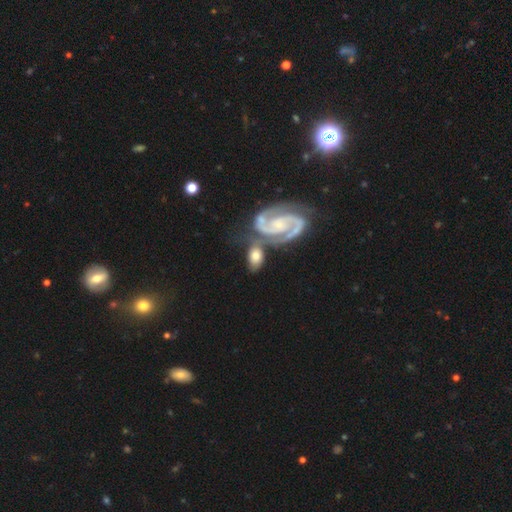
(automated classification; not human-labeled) A featured or disk galaxy (57%) with no bar (55%), spiral arms (92%) and a small central bulge (57%).

Vote fractions:
- Smooth or featured? featured or disk: 57% / smooth: 36% / star or artifact: 6%
- Edge-on disk? no: 94% / yes: 6%
- Bar? no: 55% / weak: 33% / strong: 12%
- Spiral arms? yes: 92% / no: 8%
- Bulge size? small: 57% / moderate: 28% / large: 7% / none: 6% / dominant: 2%
- Merging? none: 42% / merger: 35% / minor disturbance: 16% / major disturbance: 7%